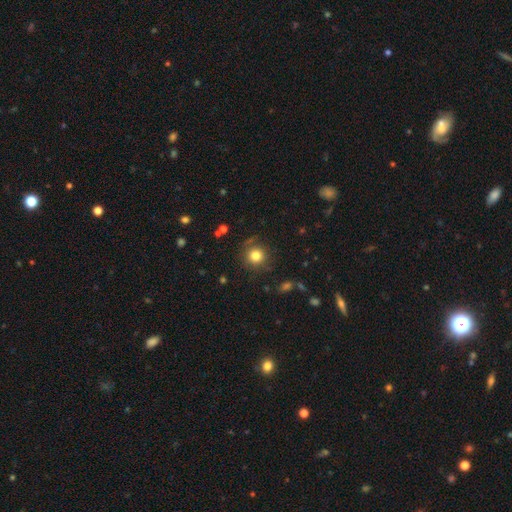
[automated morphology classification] smooth 80%, star or artifact 13%, featured or disk 7%. Down the decision tree: how rounded — round (93%); merging — none (83%).